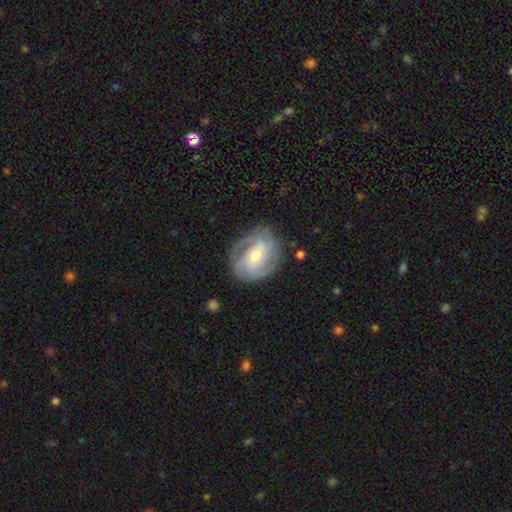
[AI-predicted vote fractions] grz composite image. It shows a featured or disk galaxy (80%) with a weak bar (43%), 2 (49%) tight (52%) spiral arms (91%) and a moderate central bulge (60%). Merging: none (76%).